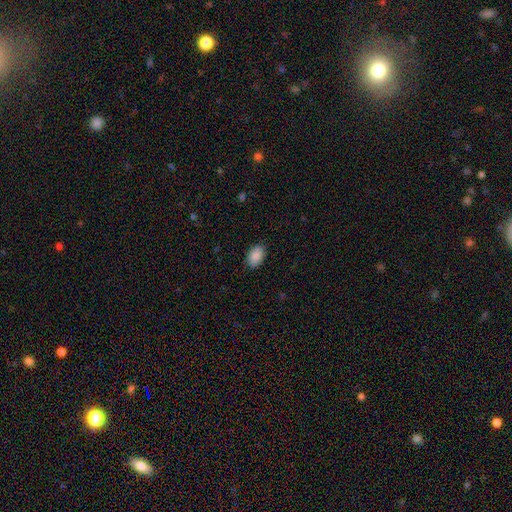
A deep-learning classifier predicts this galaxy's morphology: A smooth galaxy with no disk features (90%) that is in between round and cigar-shaped (90%). Merging: none (87%).